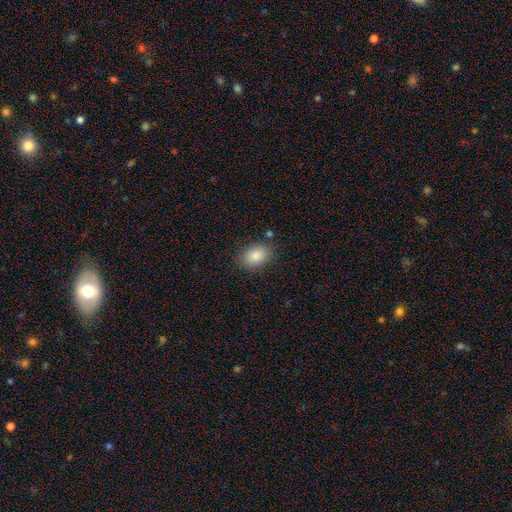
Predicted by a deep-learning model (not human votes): Smooth or featured? smooth (86%)
How rounded? in between (83%)
Merging? none (83%)